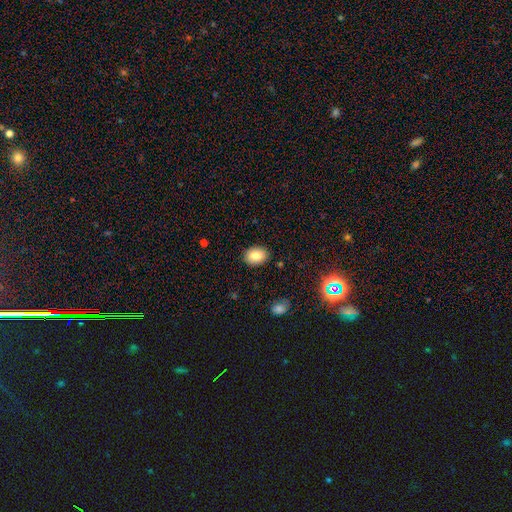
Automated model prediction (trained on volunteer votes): Smooth or featured?
  - smooth: 83% *
  - star or artifact: 9%
  - featured or disk: 8%
How rounded?
  - in between: 71% *
  - round: 28%
  - cigar-shaped: 1%
Merging?
  - none: 88% *
  - minor disturbance: 9%
  - major disturbance: 2%
  - merger: 1%